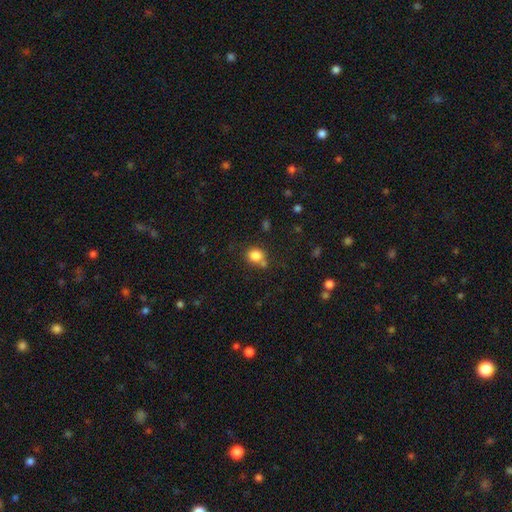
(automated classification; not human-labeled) A smooth galaxy with no disk features (83%) that is round (71%).

Vote fractions:
- Smooth or featured? smooth: 83% / star or artifact: 11% / featured or disk: 6%
- How rounded? round: 71% / in between: 28% / cigar-shaped: 1%
- Merging? none: 65% / merger: 18% / minor disturbance: 13% / major disturbance: 4%